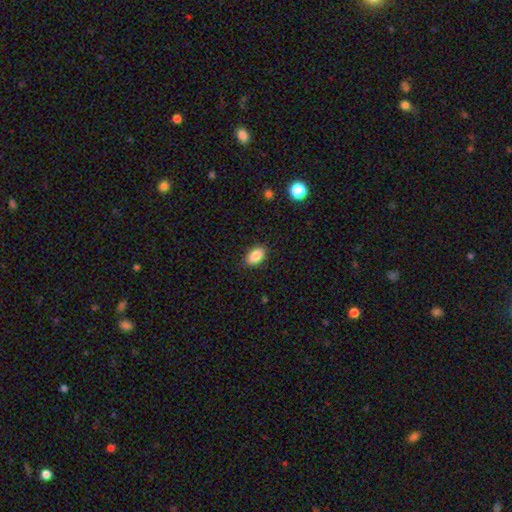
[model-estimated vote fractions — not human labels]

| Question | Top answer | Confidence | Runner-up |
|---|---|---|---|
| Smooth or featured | smooth | 87% | star or artifact (8%) |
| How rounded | in between | 89% | round (9%) |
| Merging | none | 87% | minor disturbance (9%) |